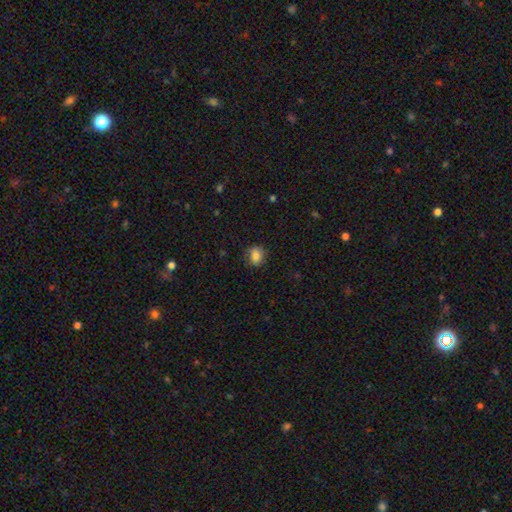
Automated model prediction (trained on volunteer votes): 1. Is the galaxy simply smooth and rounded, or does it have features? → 80% smooth, 10% featured or disk, 10% star or artifact.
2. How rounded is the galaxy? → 60% round, 38% in between, 1% cigar-shaped.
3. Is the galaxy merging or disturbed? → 77% none, 18% minor disturbance, 4% major disturbance, 1% merger.